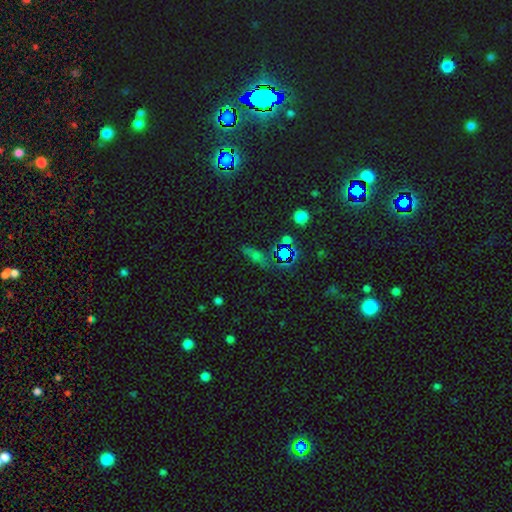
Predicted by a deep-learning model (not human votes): A smooth galaxy with no disk features (46%). Merging: none (68%).